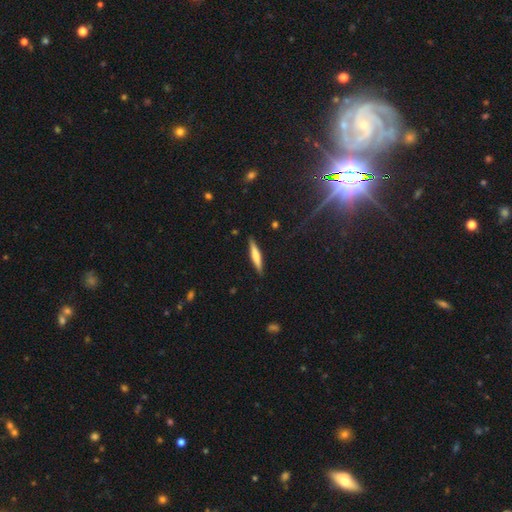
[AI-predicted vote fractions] Smooth or featured?
  - smooth: 59% *
  - featured or disk: 35%
  - star or artifact: 6%
How rounded?
  - cigar-shaped: 91% *
  - in between: 8%
  - round: 1%
Merging?
  - none: 90% *
  - minor disturbance: 8%
  - major disturbance: 2%
  - merger: 1%